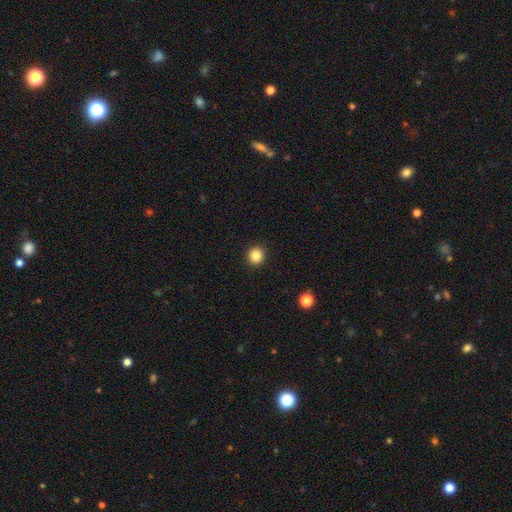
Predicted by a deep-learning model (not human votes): This is clearly a smooth galaxy (86%). How rounded: clearly round (91%). Merging: clearly none (92%).